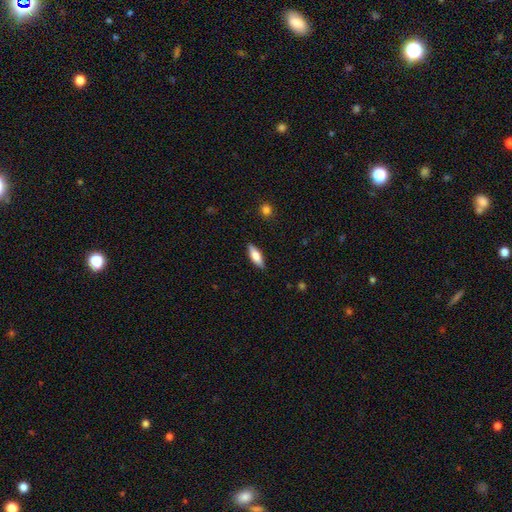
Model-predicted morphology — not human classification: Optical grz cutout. It shows a smooth galaxy with no disk features (75%) that is in between round and cigar-shaped (63%). Merging: none (87%).